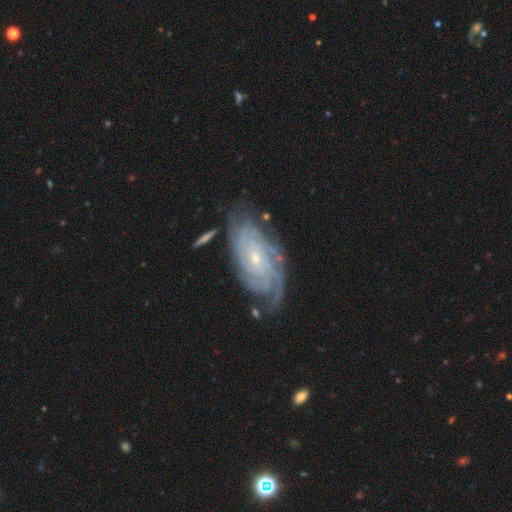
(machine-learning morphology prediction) smooth-or-featured: featured or disk: 86% | smooth: 8% | star or artifact: 7%
  disk-edge-on: no: 95% | yes: 5%
    bar: no: 73% | weak: 21% | strong: 6%
    has-spiral-arms: yes: 97% | no: 3%
      spiral-winding: tight: 76% | medium: 20% | loose: 4%
      spiral-arm-count: can't tell: 30% | 4: 22% | 3: 17% | 2: 13% | more than 4: 12% | 1: 6%
    bulge-size: small: 77% | moderate: 20% | none: 2% | large: 1% | dominant: 1%
  merging: none: 72% | minor disturbance: 19% | major disturbance: 7% | merger: 3%